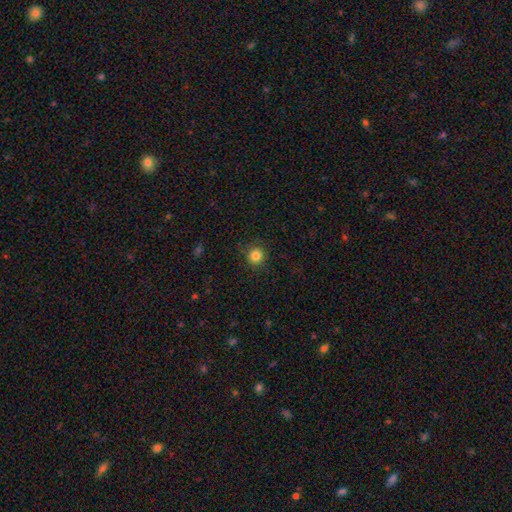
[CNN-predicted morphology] Smooth or featured? smooth (83%)
How rounded? round (94%)
Merging? none (89%)